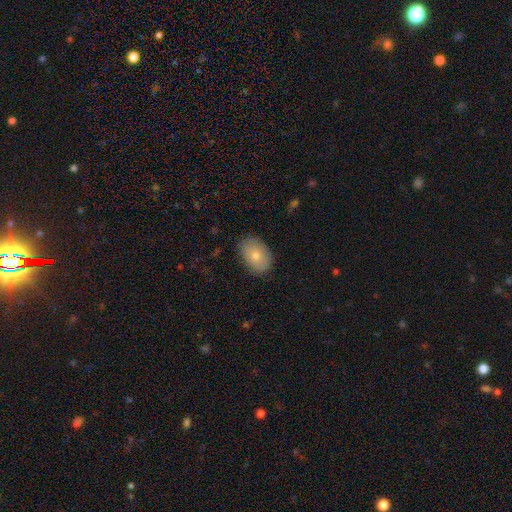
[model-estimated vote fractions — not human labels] Smooth or featured?
  - smooth: 77% *
  - featured or disk: 15%
  - star or artifact: 7%
How rounded?
  - in between: 81% *
  - round: 17%
  - cigar-shaped: 1%
Merging?
  - none: 81% *
  - minor disturbance: 15%
  - major disturbance: 3%
  - merger: 1%